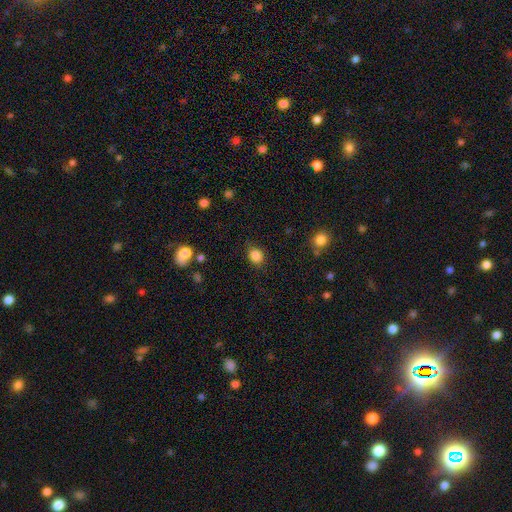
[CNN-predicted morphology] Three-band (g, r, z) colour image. It shows a smooth galaxy with no disk features (85%) that is round (66%). Merging: none (83%).